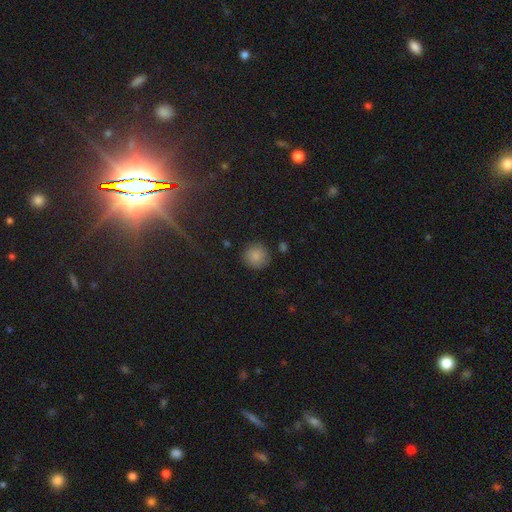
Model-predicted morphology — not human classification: The model was most divided on "smooth or featured": smooth: 86%, star or artifact: 9%, featured or disk: 5%. More confident: how rounded — round (94%); merging — none (87%).